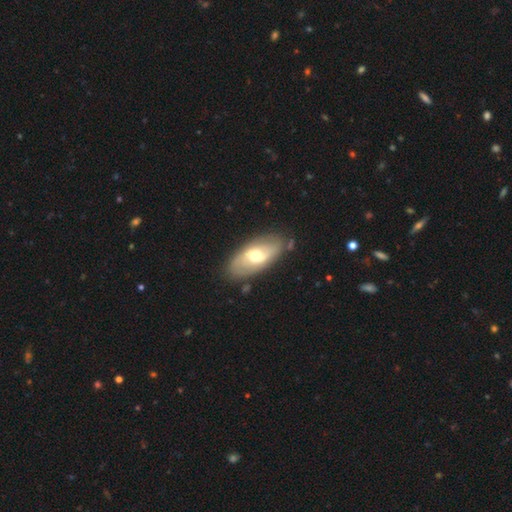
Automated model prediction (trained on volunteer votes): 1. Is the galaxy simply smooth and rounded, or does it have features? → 53% featured or disk, 41% smooth, 6% star or artifact.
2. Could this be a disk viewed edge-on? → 87% no, 13% yes.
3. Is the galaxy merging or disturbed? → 80% none, 13% minor disturbance, 4% major disturbance, 3% merger.